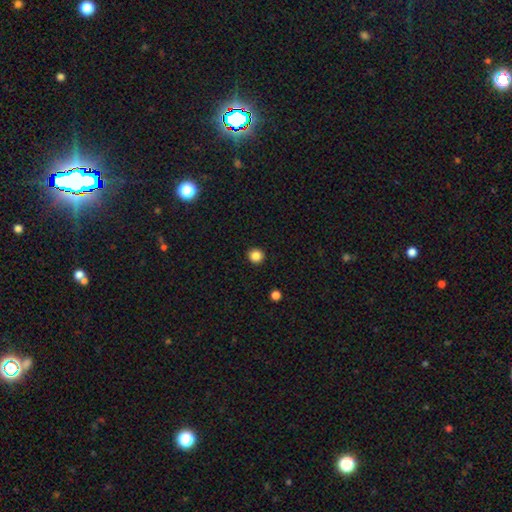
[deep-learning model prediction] Overall: smooth (85%). How rounded: round (94%). Merging: none (93%).